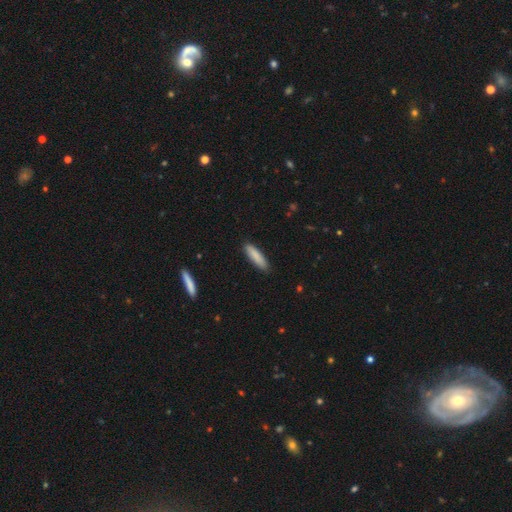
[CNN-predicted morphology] Q: Smooth or featured?
A: smooth (86%); runner-up: featured or disk (8%)
Q: How rounded?
A: cigar-shaped (69%); runner-up: in between (30%)
Q: Merging?
A: none (88%); runner-up: minor disturbance (9%)